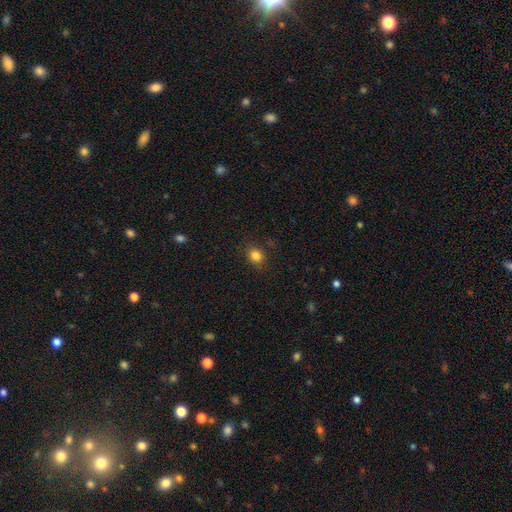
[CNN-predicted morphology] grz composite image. It shows a smooth galaxy with no disk features (82%) that is round (70%). Merging: none (86%).